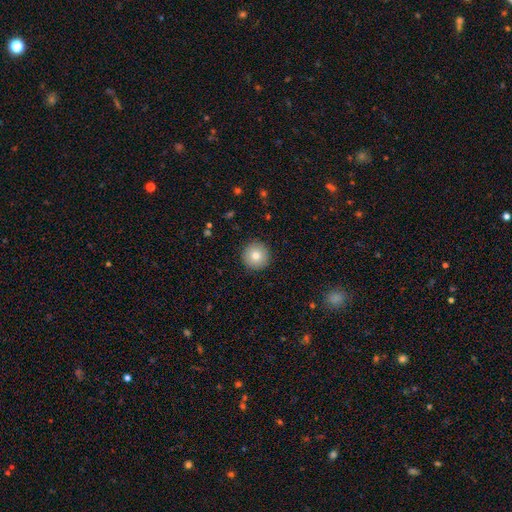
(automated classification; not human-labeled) This appears to be a smooth galaxy with no disk features (80%) that is round (96%). Merging: none (92%).